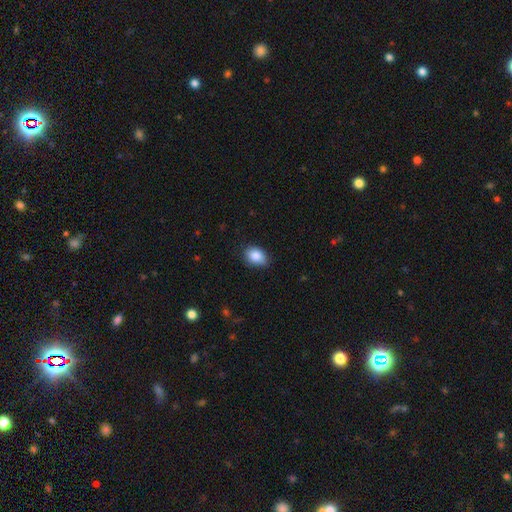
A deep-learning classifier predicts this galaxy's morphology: Overall: smooth (86%). How rounded: in between (72%). Merging: none (77%).